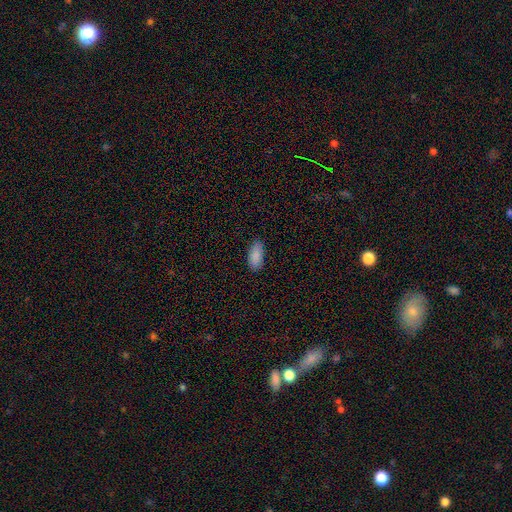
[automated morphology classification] smooth-or-featured: smooth: 89% | star or artifact: 7% | featured or disk: 4%
  how-rounded: in between: 89% | cigar-shaped: 9% | round: 2%
  merging: none: 84% | minor disturbance: 13% | major disturbance: 2% | merger: 1%